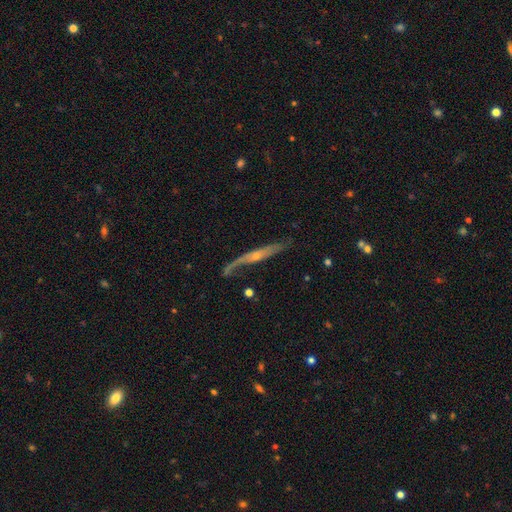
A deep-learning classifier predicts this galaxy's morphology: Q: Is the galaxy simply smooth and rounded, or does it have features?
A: featured or disk — 75%.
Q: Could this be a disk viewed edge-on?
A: yes — 78%.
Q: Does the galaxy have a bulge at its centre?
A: rounded — 70%.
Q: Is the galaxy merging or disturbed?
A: none — 59%.